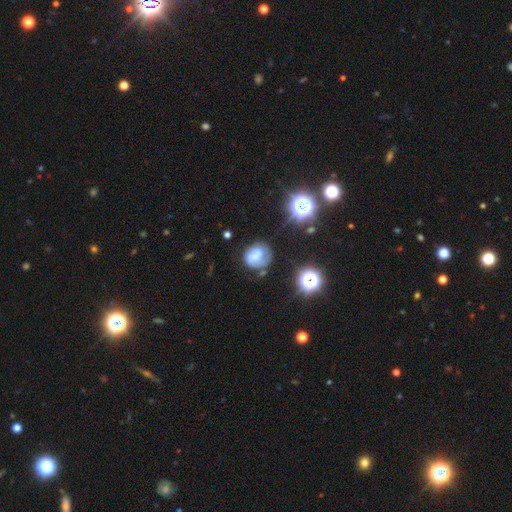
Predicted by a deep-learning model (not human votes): Morphology: type=smooth (50%); merging=none (47%).